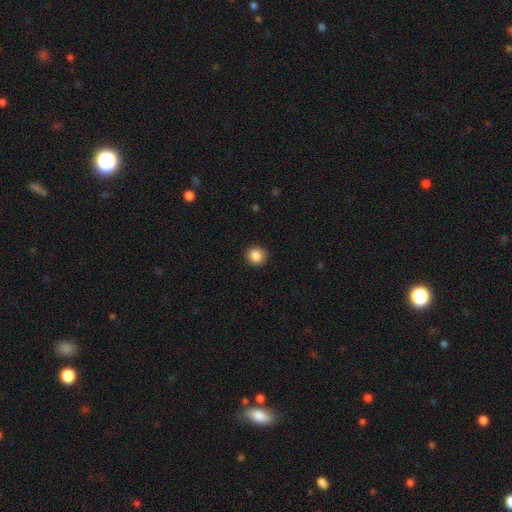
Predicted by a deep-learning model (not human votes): smooth-or-featured: smooth: 87% | star or artifact: 9% | featured or disk: 4%
  how-rounded: round: 93% | in between: 6% | cigar-shaped: 1%
  merging: none: 92% | minor disturbance: 5% | major disturbance: 2% | merger: 1%